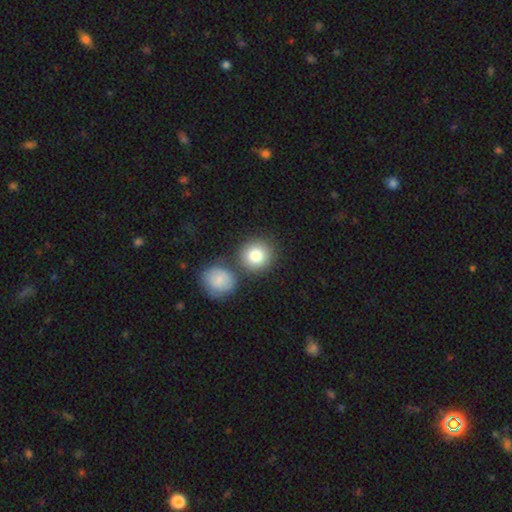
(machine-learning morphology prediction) Q: Smooth or featured?
A: smooth (83%); runner-up: featured or disk (9%)
Q: How rounded?
A: round (90%); runner-up: in between (9%)
Q: Merging?
A: none (69%); runner-up: merger (19%)